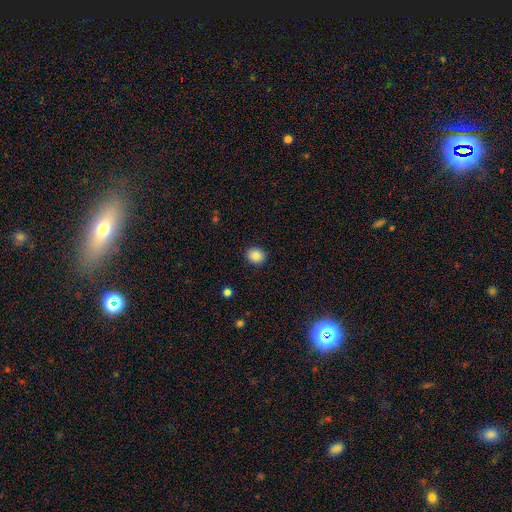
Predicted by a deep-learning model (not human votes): The model was most divided on "how rounded": round: 77%, in between: 22%, cigar-shaped: 1%. More confident: merging — none (91%); smooth or featured — smooth (86%).